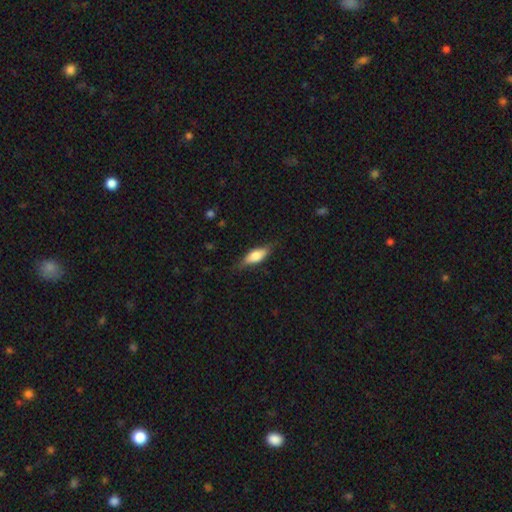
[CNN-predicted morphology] smooth-or-featured: smooth: 66% | featured or disk: 28% | star or artifact: 6%
  how-rounded: in between: 69% | cigar-shaped: 28% | round: 3%
  merging: none: 75% | minor disturbance: 20% | major disturbance: 4% | merger: 1%